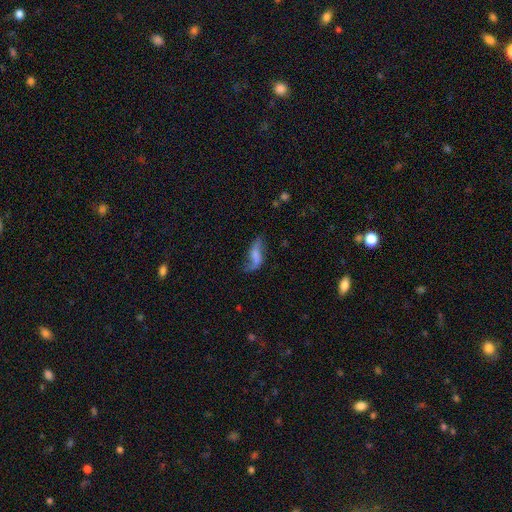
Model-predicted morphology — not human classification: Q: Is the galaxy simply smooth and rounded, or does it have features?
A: featured or disk — 55%.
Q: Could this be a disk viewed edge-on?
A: no — 88%.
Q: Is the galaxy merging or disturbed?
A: none — 50%.